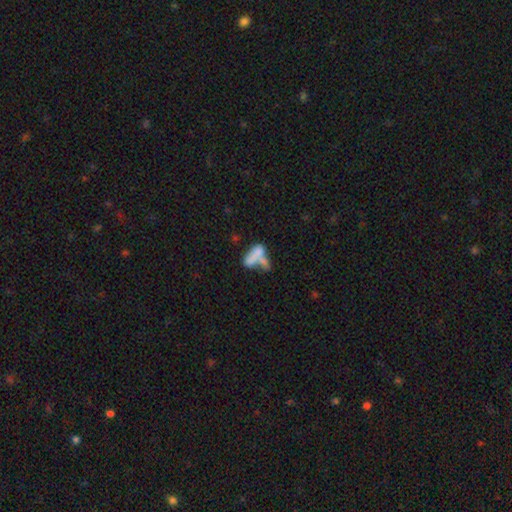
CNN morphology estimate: Smooth or featured?
  - smooth: 63% *
  - featured or disk: 26%
  - star or artifact: 11%
How rounded?
  - in between: 71% *
  - cigar-shaped: 23%
  - round: 6%
Merging?
  - merger: 56% *
  - none: 19%
  - major disturbance: 14%
  - minor disturbance: 10%